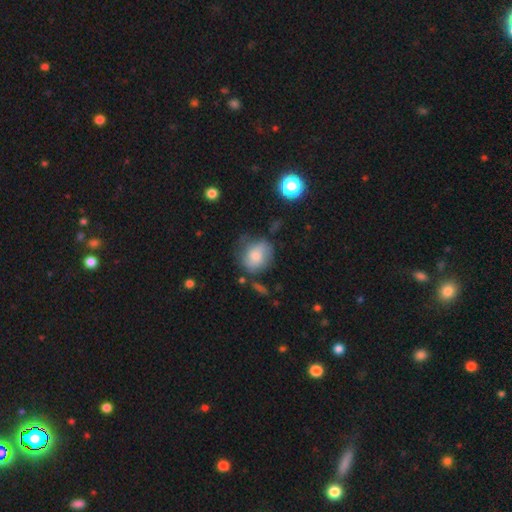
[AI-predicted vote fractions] smooth 68%, featured or disk 24%, star or artifact 9%. Down the decision tree: how rounded — round (62%); merging — none (51%).